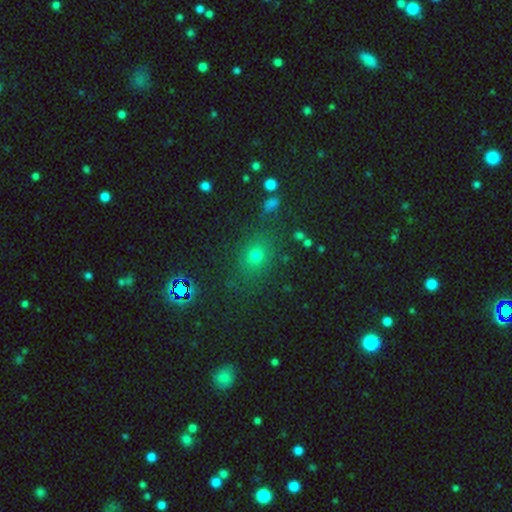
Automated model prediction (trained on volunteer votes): Smooth or featured? Predicted: smooth (p=0.66). How rounded? Predicted: round (p=0.63). Merging? Predicted: none (p=0.77).